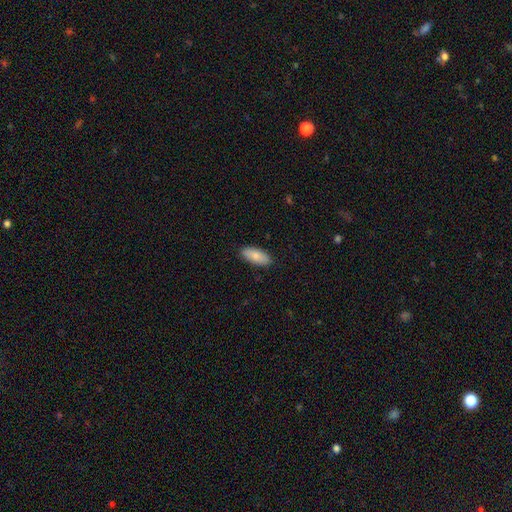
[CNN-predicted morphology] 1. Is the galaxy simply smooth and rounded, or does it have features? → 80% smooth, 14% featured or disk, 6% star or artifact.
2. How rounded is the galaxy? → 83% in between, 14% cigar-shaped, 2% round.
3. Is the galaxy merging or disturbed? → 88% none, 10% minor disturbance, 2% major disturbance, 1% merger.